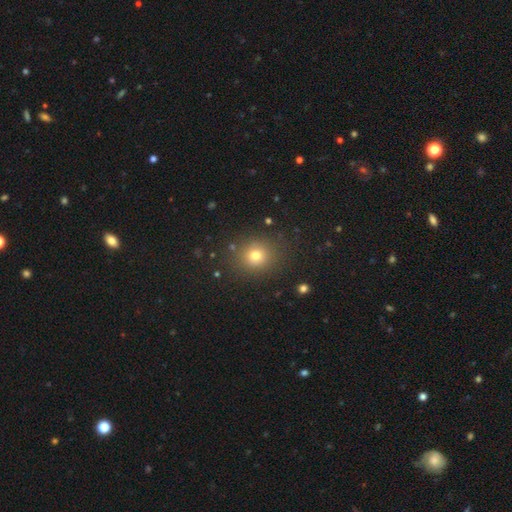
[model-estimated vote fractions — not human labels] Overall: smooth (73%). How rounded: round (84%). Merging: none (85%).